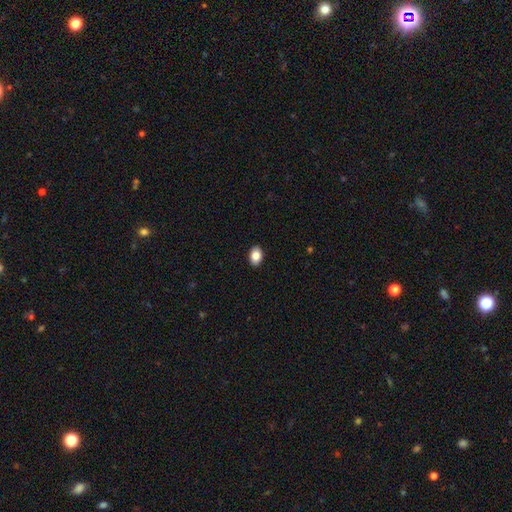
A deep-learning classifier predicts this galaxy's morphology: This appears to be a smooth galaxy with no disk features (85%) that is in between round and cigar-shaped (85%). Merging: none (91%).